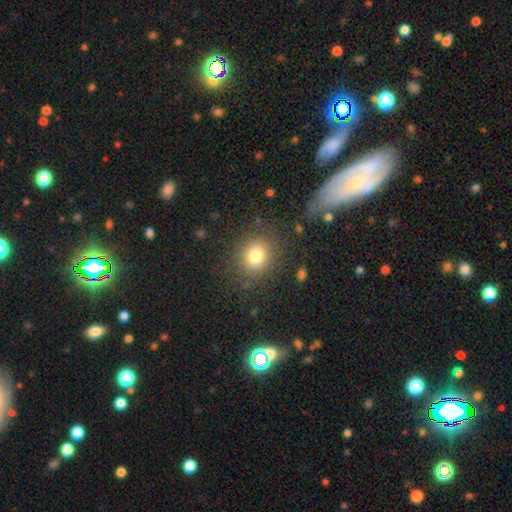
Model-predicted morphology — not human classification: smooth 79%, star or artifact 13%, featured or disk 9%. Down the decision tree: how rounded — round (76%); merging — none (84%).